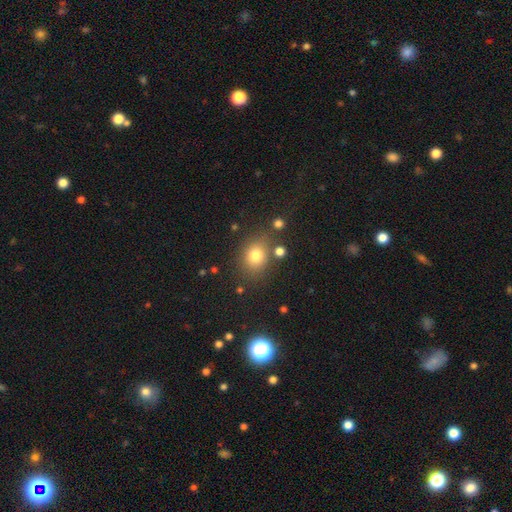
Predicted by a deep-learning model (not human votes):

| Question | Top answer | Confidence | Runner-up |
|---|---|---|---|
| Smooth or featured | smooth | 77% | star or artifact (14%) |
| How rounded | round | 55% | in between (44%) |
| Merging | none | 76% | minor disturbance (13%) |